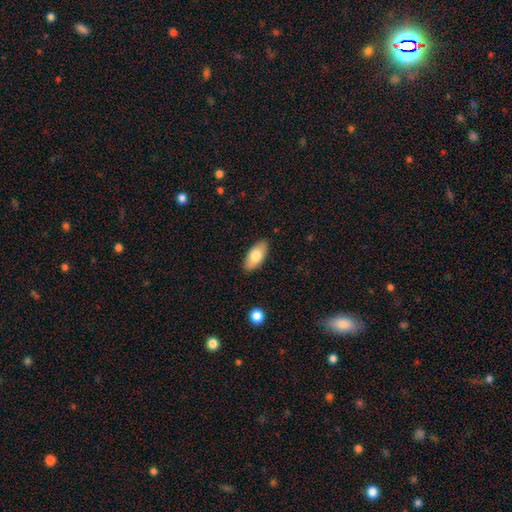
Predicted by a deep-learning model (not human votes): Morphology: type=smooth (77%); roundness=in between (91%); merging=none (87%).